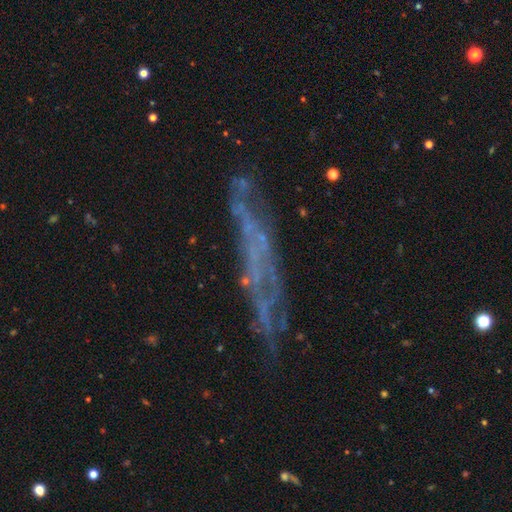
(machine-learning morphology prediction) A featured or disk galaxy (56%) viewed edge-on (53%).

Vote fractions:
- Smooth or featured? featured or disk: 56% / smooth: 26% / star or artifact: 19%
- Edge-on disk? yes: 53% / no: 47%
- Merging? none: 67% / minor disturbance: 18% / major disturbance: 11% / merger: 4%